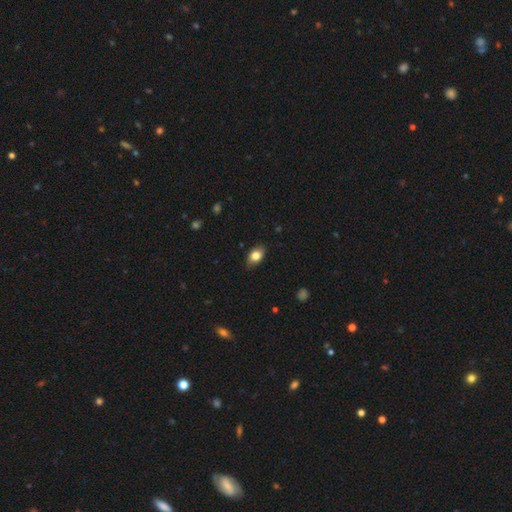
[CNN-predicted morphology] A smooth galaxy with no disk features (81%) that is in between round and cigar-shaped (83%). Merging: none (82%).